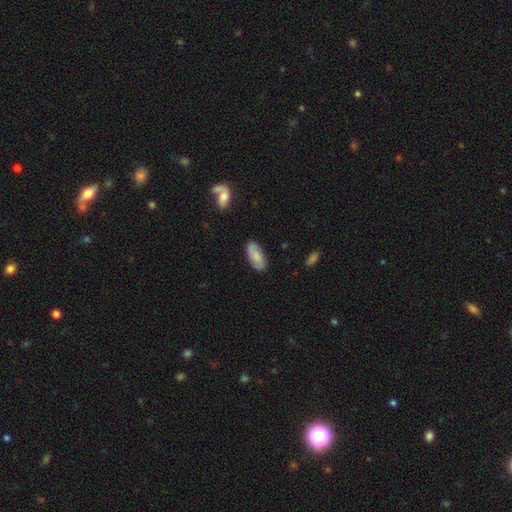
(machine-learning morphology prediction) Smooth or featured? smooth (73%)
How rounded? in between (88%)
Merging? none (81%)